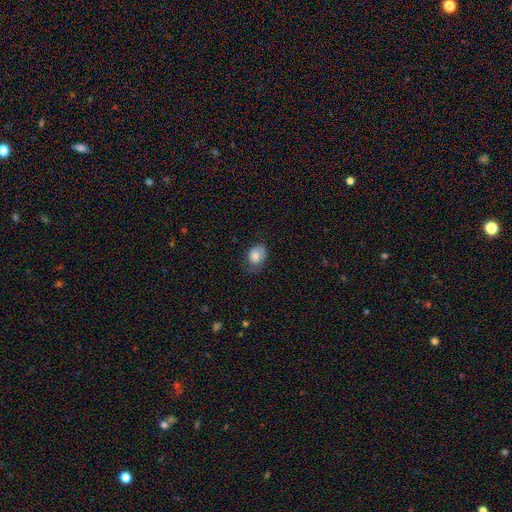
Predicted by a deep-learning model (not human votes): smooth 78%, featured or disk 14%, star or artifact 8%. Down the decision tree: how rounded — in between (61%); merging — none (51%).